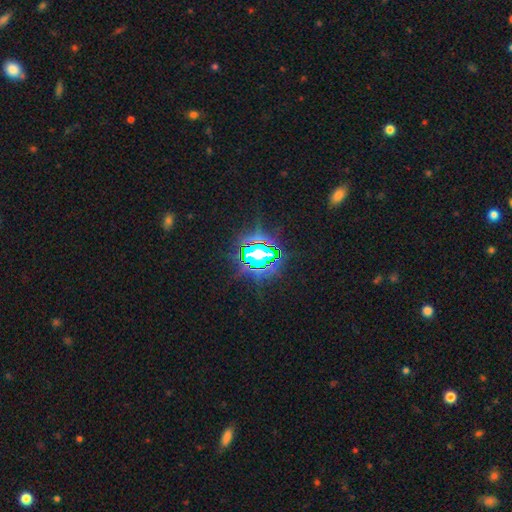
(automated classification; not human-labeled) This appears to be a star or artifact, not a galaxy (75%).